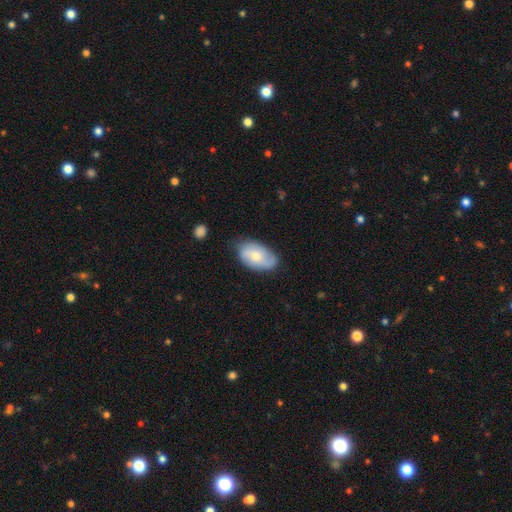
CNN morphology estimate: This is possibly a smooth galaxy (55%). How rounded: clearly in between (91%). Merging: likely none (67%).